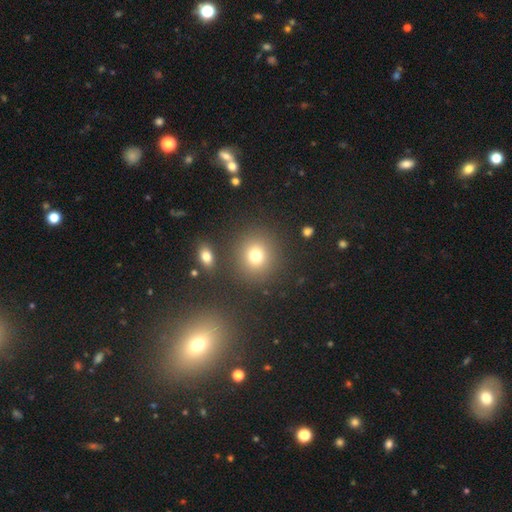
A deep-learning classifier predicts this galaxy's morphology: Smooth or featured? Predicted: smooth (p=0.75). How rounded? Predicted: round (p=0.87). Merging? Predicted: none (p=0.83).